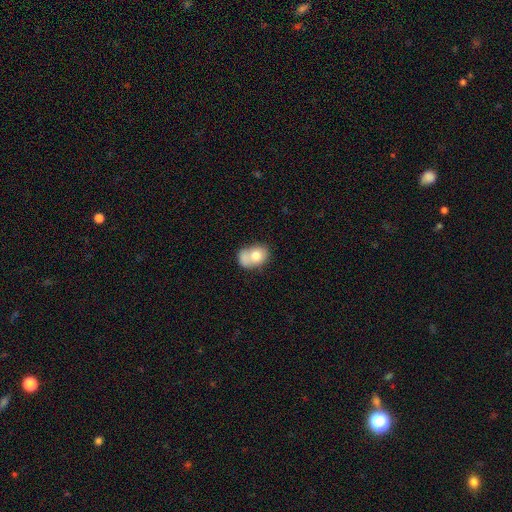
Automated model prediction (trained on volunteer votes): smooth 73%, featured or disk 19%, star or artifact 8%. Down the decision tree: how rounded — in between (62%); merging — merger (43%).